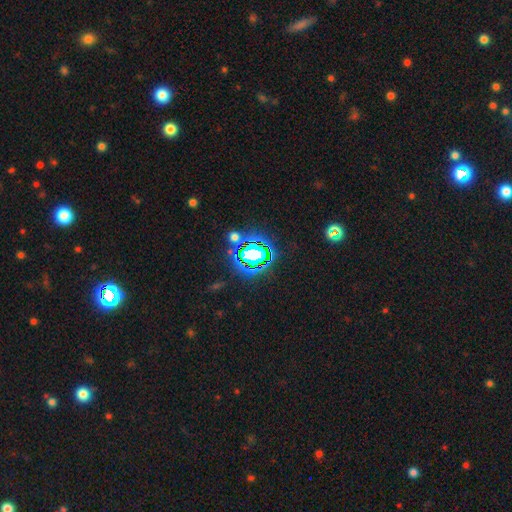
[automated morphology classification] type=star or artifact (74%).